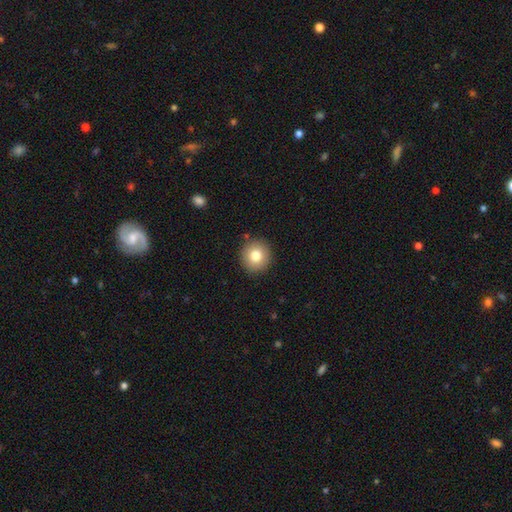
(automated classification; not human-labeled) smooth 79%, featured or disk 11%, star or artifact 10%. Down the decision tree: how rounded — round (93%); merging — none (90%).